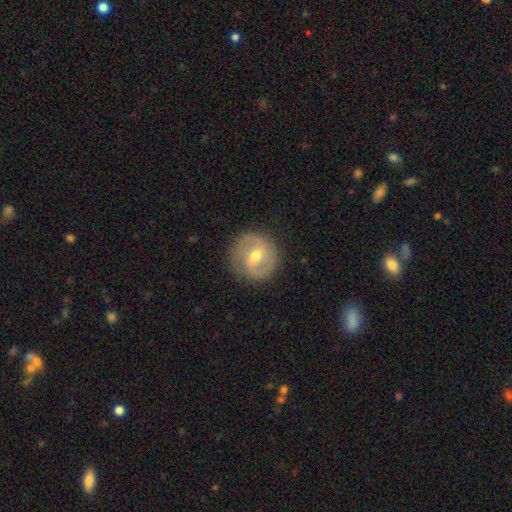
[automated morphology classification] The model was most divided on "spiral winding": medium: 47%, tight: 34%, loose: 19%. More confident: edge-on disk — no (97%); merging — none (85%); spiral arm count — 2 (84%); spiral arms — yes (84%); smooth or featured — featured or disk (72%); bulge size — moderate (65%); bar — weak (52%).